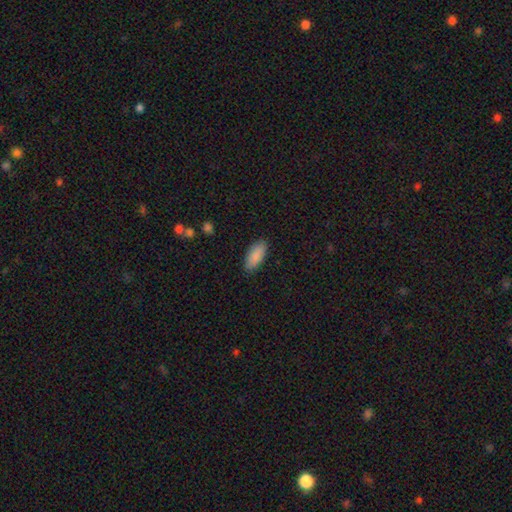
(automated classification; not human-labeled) Q: Smooth or featured?
A: smooth (89%); runner-up: star or artifact (6%)
Q: How rounded?
A: in between (84%); runner-up: cigar-shaped (14%)
Q: Merging?
A: none (87%); runner-up: minor disturbance (10%)